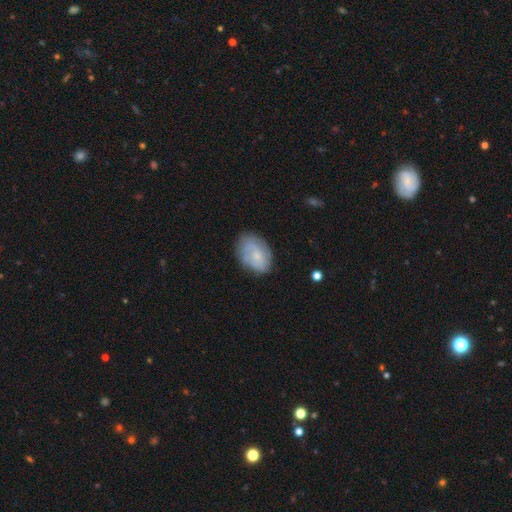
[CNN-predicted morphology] A smooth galaxy with no disk features (48%).

Vote fractions:
- Smooth or featured? smooth: 48% / featured or disk: 45% / star or artifact: 7%
- Merging? none: 70% / minor disturbance: 22% / major disturbance: 7% / merger: 2%